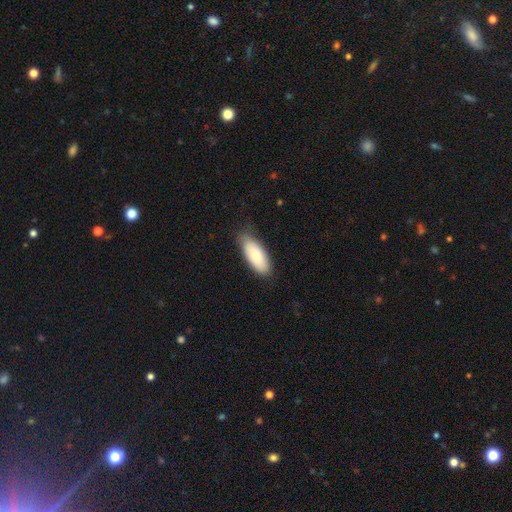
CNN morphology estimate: A smooth galaxy with no disk features (80%) that is in between round and cigar-shaped (84%).

Vote fractions:
- Smooth or featured? smooth: 80% / featured or disk: 14% / star or artifact: 6%
- How rounded? in between: 84% / cigar-shaped: 14% / round: 2%
- Merging? none: 75% / minor disturbance: 21% / major disturbance: 3% / merger: 1%